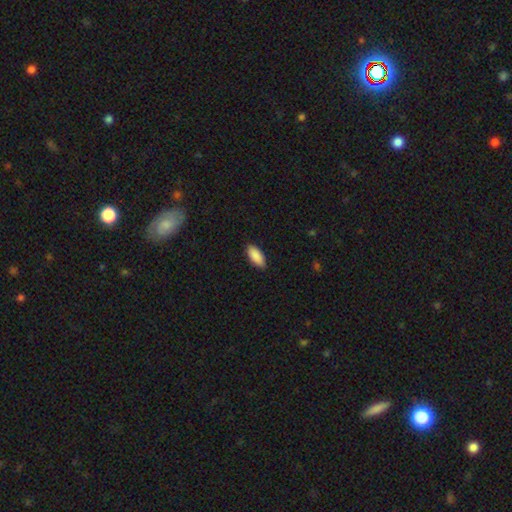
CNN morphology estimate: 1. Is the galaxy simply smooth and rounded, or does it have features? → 90% smooth, 6% star or artifact, 4% featured or disk.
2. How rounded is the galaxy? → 87% in between, 11% cigar-shaped, 2% round.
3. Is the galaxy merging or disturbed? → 88% none, 9% minor disturbance, 2% major disturbance, 1% merger.